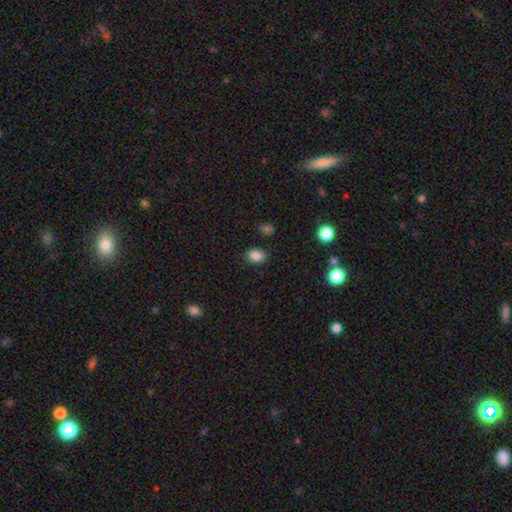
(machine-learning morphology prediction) Overall: smooth (84%). How rounded: in between (59%; round 40%). Merging: none (83%).